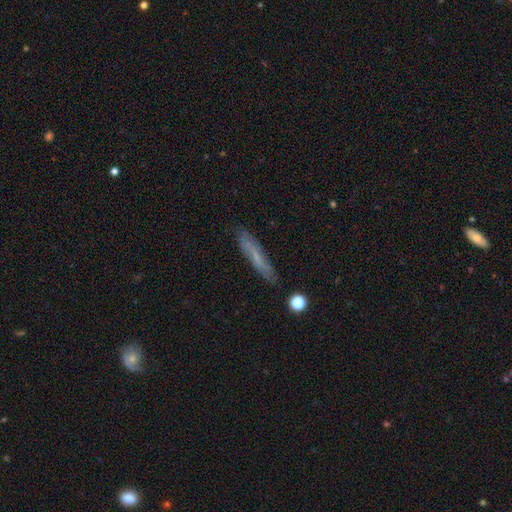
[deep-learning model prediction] Overall: smooth (51%; featured or disk 39%). How rounded: cigar-shaped (90%). Merging: none (81%).